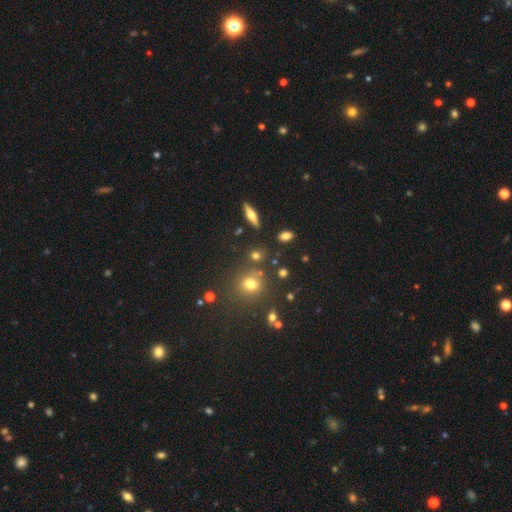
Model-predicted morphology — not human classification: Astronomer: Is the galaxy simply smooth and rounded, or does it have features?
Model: smooth — 67%.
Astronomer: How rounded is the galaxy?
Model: round — 73%.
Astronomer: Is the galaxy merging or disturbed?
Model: none — 77%.